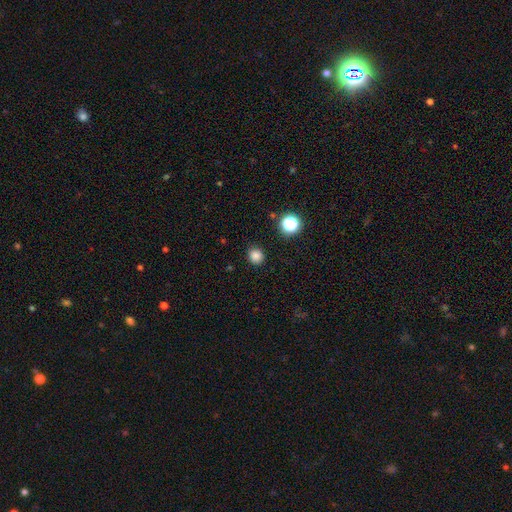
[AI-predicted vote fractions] This is clearly a smooth galaxy (83%). How rounded: clearly round (84%). Merging: clearly none (89%).